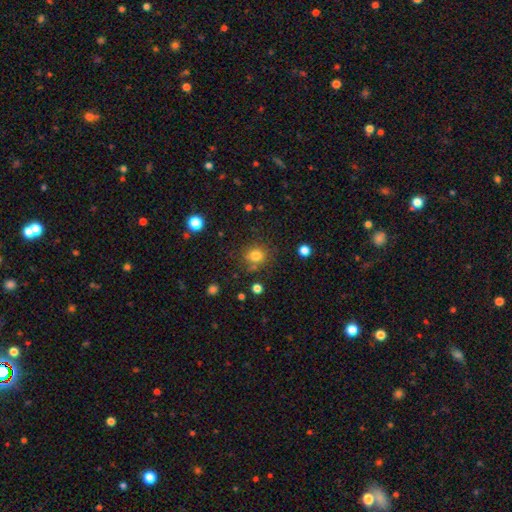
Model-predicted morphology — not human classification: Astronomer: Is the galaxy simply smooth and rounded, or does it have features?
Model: smooth — 80%.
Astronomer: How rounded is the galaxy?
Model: round — 80%.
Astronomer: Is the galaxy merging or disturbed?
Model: none — 77%.